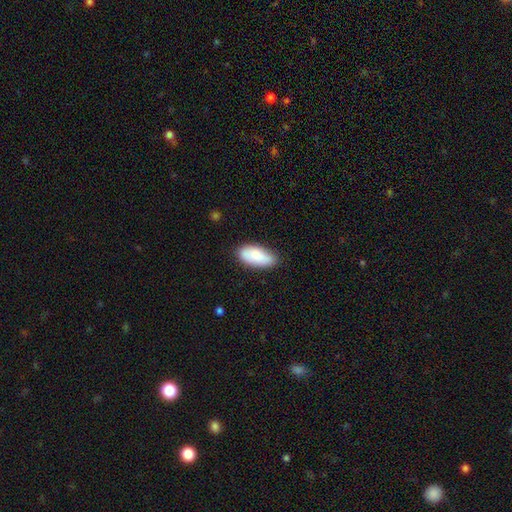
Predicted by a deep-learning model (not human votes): Morphology: type=smooth (85%); roundness=in between (89%); merging=none (78%).